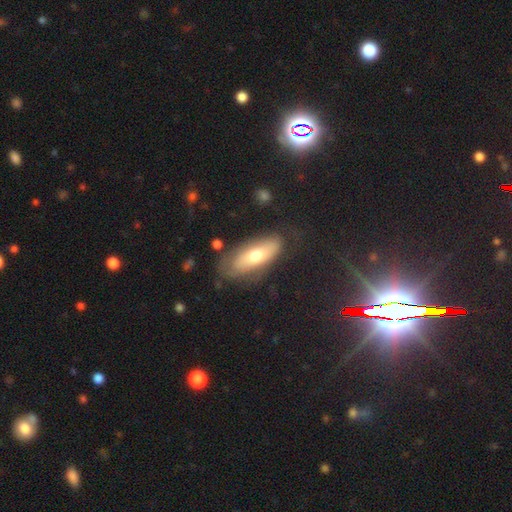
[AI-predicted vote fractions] Morphology: type=smooth (57%); roundness=in between (75%); merging=none (68%).